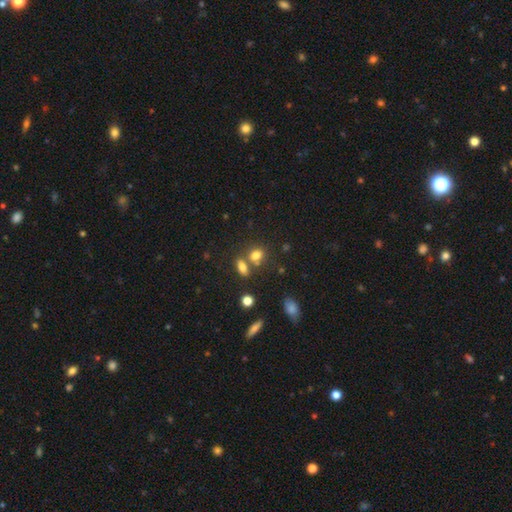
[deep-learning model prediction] Smooth or featured? smooth (77%)
How rounded? in between (57%)
Merging? none (53%)